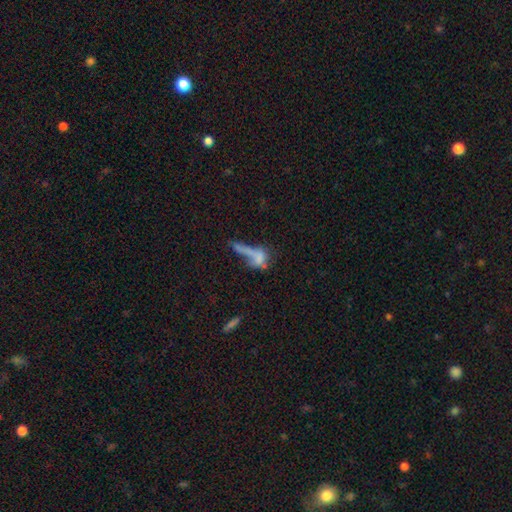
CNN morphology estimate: Q: Smooth or featured?
A: smooth (55%); runner-up: featured or disk (30%)
Q: How rounded?
A: in between (48%); runner-up: cigar-shaped (38%)
Q: Merging?
A: merger (35%); runner-up: major disturbance (31%)